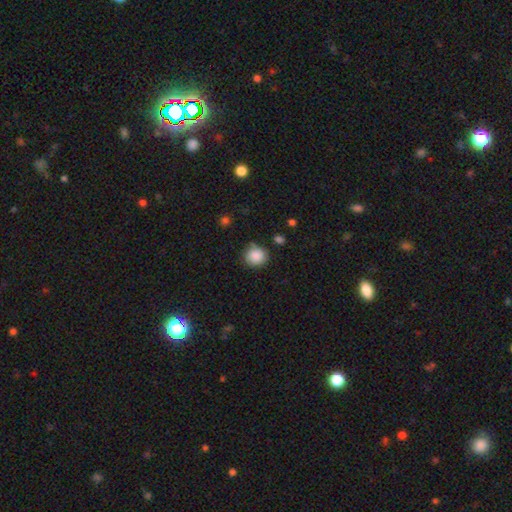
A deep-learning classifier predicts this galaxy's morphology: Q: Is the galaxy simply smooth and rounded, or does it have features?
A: smooth — 88%.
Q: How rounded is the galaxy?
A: round — 88%.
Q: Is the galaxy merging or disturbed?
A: none — 79%.